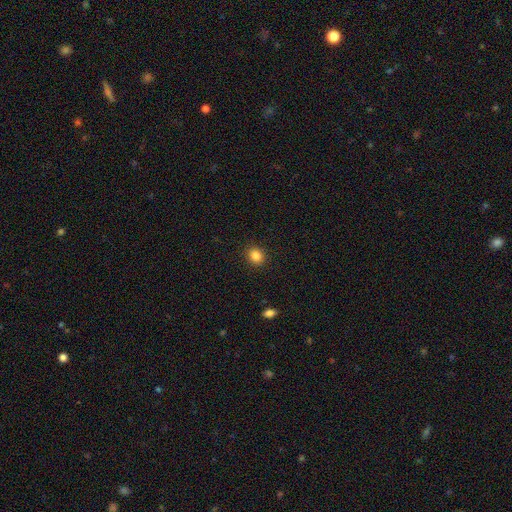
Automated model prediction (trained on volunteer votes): This appears to be a smooth galaxy with no disk features (85%) that is round (75%). Merging: none (91%).